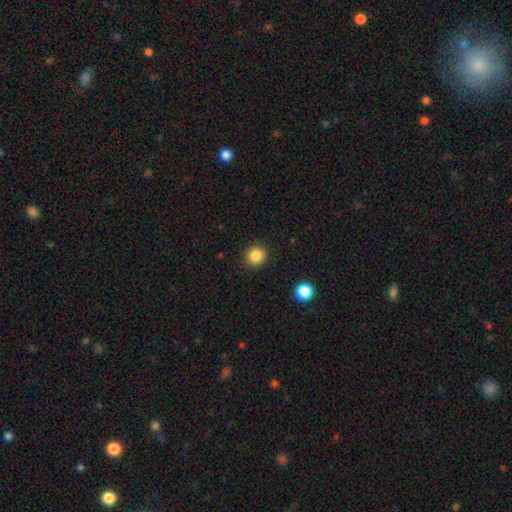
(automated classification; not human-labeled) smooth_or_featured: smooth (p=0.85) [alt: star or artifact p=0.11]
how_rounded: round (p=0.87) [alt: in between p=0.12]
merging: none (p=0.91) [alt: minor disturbance p=0.06]